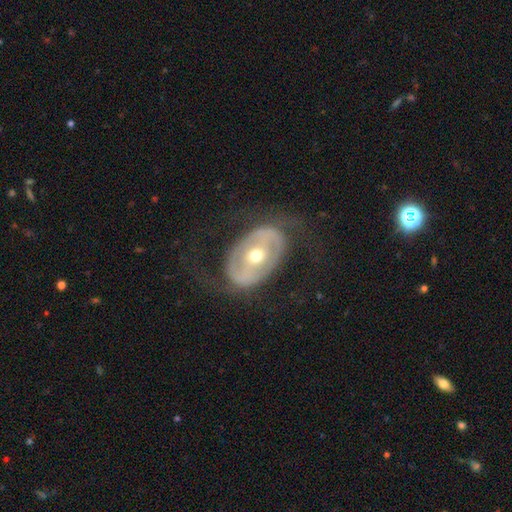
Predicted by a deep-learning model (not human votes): smooth-or-featured: featured or disk: 73% | smooth: 21% | star or artifact: 6%
  disk-edge-on: no: 93% | yes: 7%
    bar: no: 44% | strong: 29% | weak: 27%
    has-spiral-arms: yes: 51% | no: 49%
    bulge-size: moderate: 69% | small: 23% | large: 5% | dominant: 1% | none: 1%
  merging: none: 65% | major disturbance: 18% | minor disturbance: 16% | merger: 1%